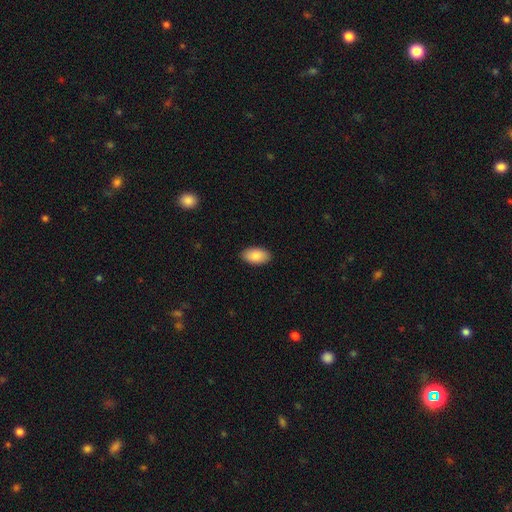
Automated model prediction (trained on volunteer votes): smooth 87%, featured or disk 7%, star or artifact 6%. Down the decision tree: how rounded — in between (95%); merging — none (89%).